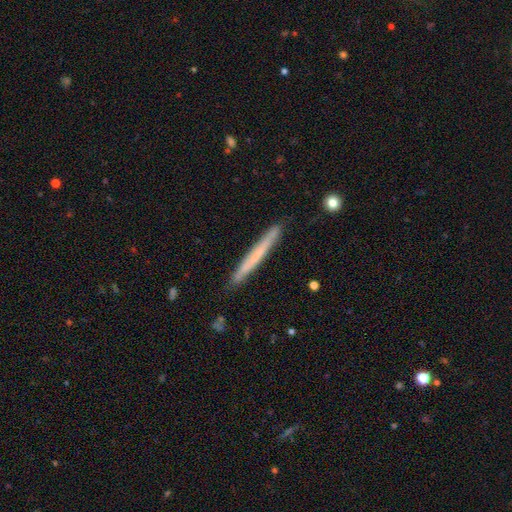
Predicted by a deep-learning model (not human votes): The model was most divided on "smooth or featured": smooth: 59%, featured or disk: 35%, star or artifact: 6%. More confident: how rounded — cigar-shaped (97%); merging — none (89%).